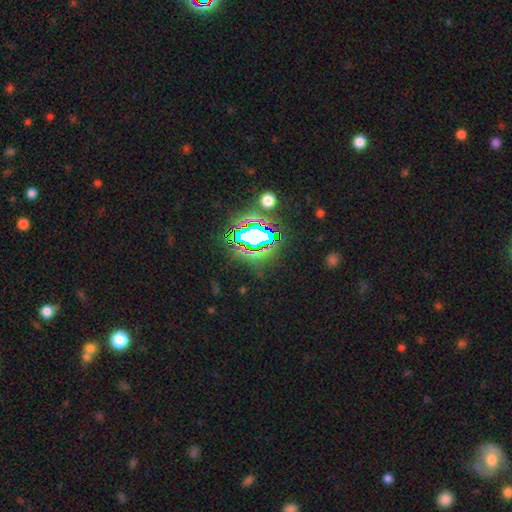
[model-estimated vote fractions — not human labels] A star or artifact, not a galaxy (79%).